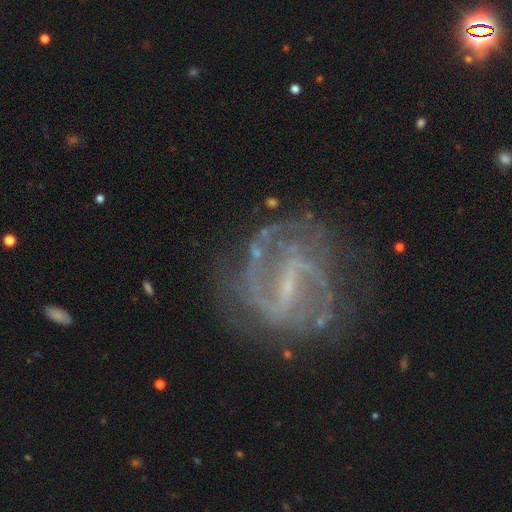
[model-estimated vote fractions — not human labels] The model was most divided on "bar": strong: 47%, weak: 43%, no: 10%. More confident: edge-on disk — no (98%); spiral arms — yes (95%); smooth or featured — featured or disk (89%); spiral arm count — 2 (71%); merging — none (68%); bulge size — small (67%); spiral winding — medium (51%).